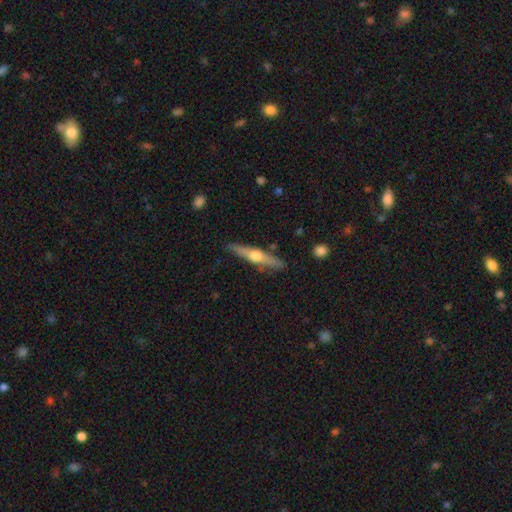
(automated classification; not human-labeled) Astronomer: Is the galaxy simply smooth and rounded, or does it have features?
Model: featured or disk — 65%.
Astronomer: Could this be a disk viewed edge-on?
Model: yes — 96%.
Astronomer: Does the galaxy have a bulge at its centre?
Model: rounded — 94%.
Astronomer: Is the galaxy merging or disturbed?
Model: none — 87%.